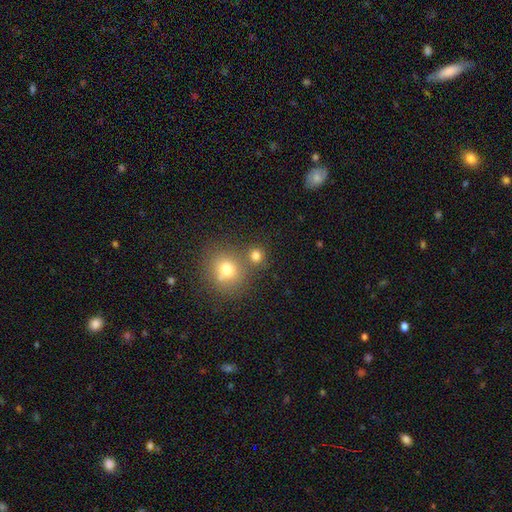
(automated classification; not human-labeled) Smooth or featured? smooth (77%)
How rounded? round (83%)
Merging? none (61%)